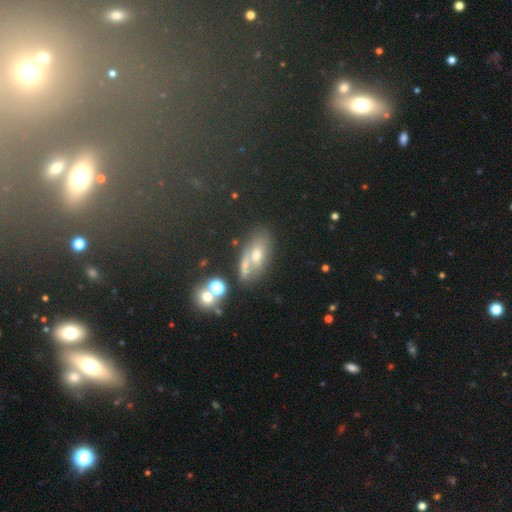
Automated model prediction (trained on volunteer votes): Q: Smooth or featured?
A: smooth (49%); runner-up: featured or disk (31%)
Q: Merging?
A: none (45%); runner-up: merger (27%)